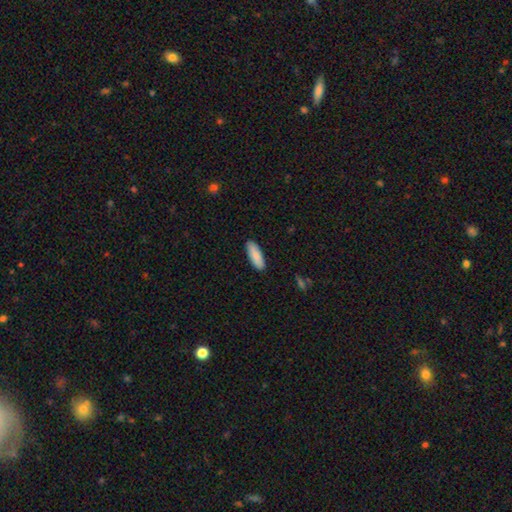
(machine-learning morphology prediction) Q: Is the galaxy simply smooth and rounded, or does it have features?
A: smooth — 88%.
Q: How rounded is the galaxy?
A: in between — 62%.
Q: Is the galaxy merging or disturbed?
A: none — 90%.